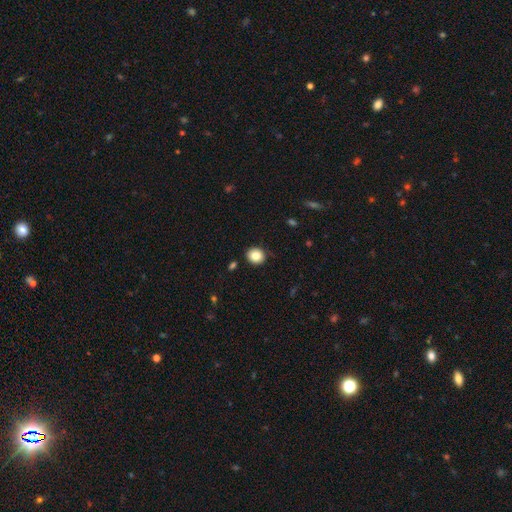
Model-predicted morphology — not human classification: This appears to be a smooth galaxy with no disk features (83%) that is round (84%). Merging: none (88%).